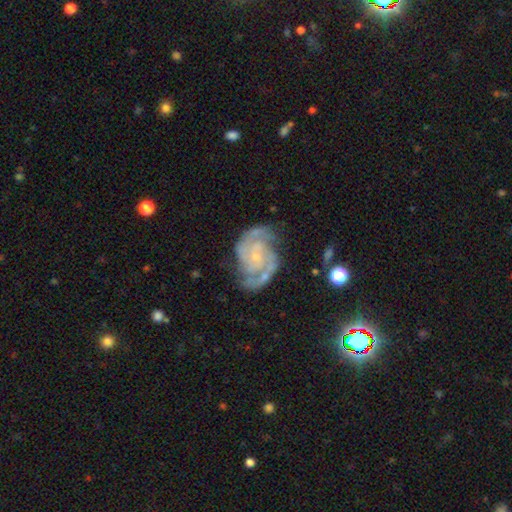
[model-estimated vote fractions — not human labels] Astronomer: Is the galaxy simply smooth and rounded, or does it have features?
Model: featured or disk — 90%.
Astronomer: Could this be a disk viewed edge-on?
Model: no — 98%.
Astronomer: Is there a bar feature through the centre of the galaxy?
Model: no — 63%.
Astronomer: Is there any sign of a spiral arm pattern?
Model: yes — 97%.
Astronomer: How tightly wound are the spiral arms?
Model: medium — 50% (runner-up: tight, 39%).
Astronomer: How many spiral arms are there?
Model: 2 — 72%.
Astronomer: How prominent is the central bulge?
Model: small — 76%.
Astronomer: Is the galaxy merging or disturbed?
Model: none — 67%.